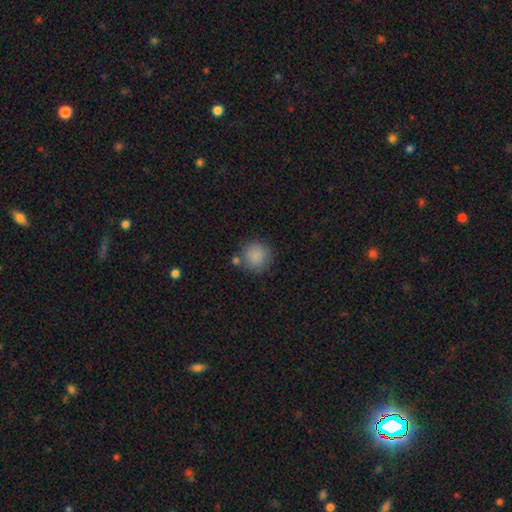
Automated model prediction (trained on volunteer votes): Smooth or featured? Predicted: smooth (p=0.87). How rounded? Predicted: round (p=0.92). Merging? Predicted: none (p=0.73).